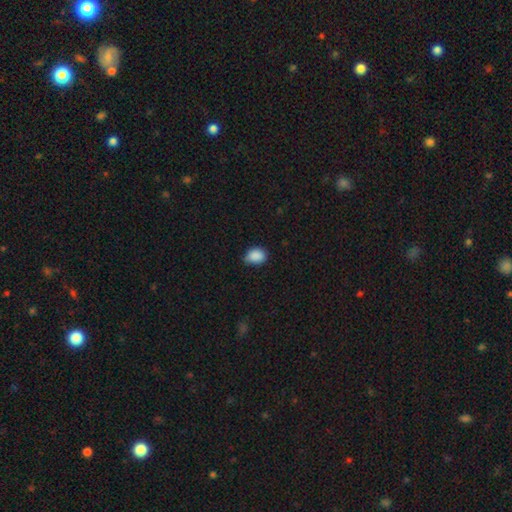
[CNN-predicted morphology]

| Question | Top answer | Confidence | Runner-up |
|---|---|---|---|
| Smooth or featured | smooth | 88% | star or artifact (8%) |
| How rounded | in between | 66% | round (32%) |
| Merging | none | 64% | minor disturbance (31%) |